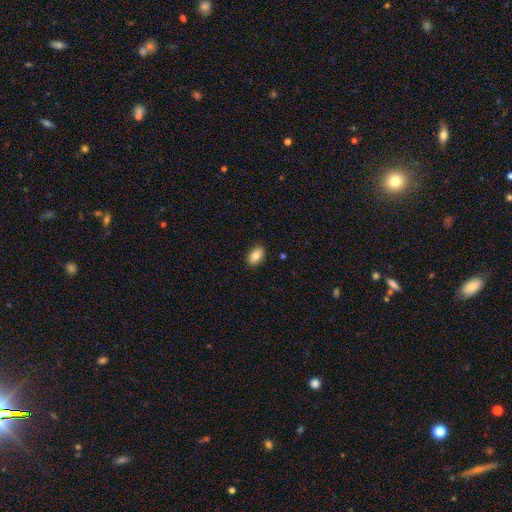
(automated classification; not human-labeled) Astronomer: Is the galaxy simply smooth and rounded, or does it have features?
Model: smooth — 82%.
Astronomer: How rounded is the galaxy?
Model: in between — 86%.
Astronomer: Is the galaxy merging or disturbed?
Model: none — 89%.